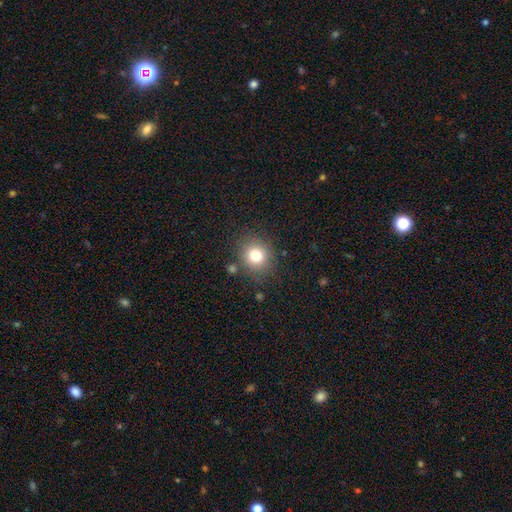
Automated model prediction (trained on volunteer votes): Smooth or featured?
  - smooth: 77% *
  - star or artifact: 14%
  - featured or disk: 10%
How rounded?
  - round: 82% *
  - in between: 17%
  - cigar-shaped: 1%
Merging?
  - none: 83% *
  - minor disturbance: 9%
  - major disturbance: 4%
  - merger: 3%